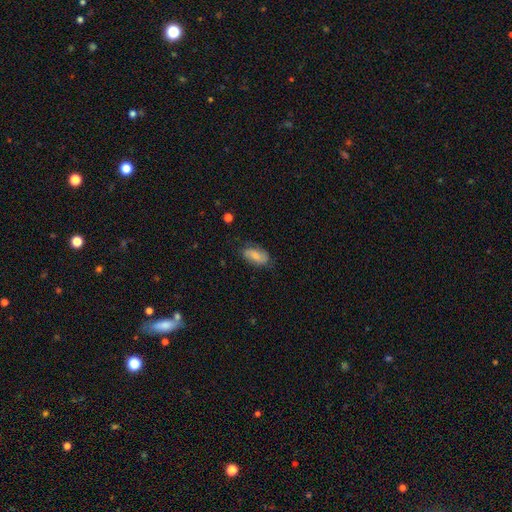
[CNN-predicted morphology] Q: Smooth or featured?
A: smooth (66%); runner-up: featured or disk (27%)
Q: How rounded?
A: in between (91%); runner-up: cigar-shaped (5%)
Q: Merging?
A: none (71%); runner-up: minor disturbance (22%)